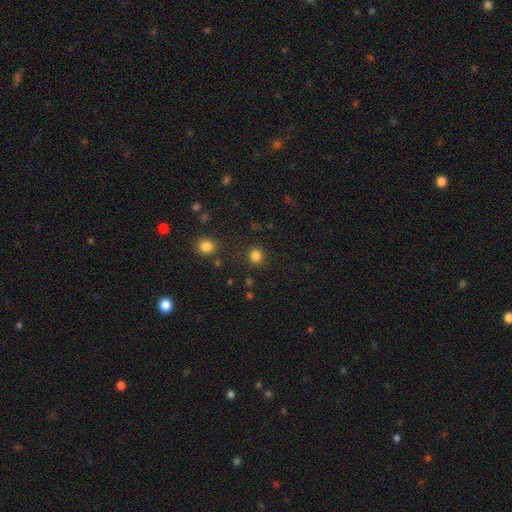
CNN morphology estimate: smooth_or_featured: smooth (p=0.83) [alt: star or artifact p=0.13]
how_rounded: round (p=0.91) [alt: in between p=0.08]
merging: none (p=0.88) [alt: minor disturbance p=0.06]